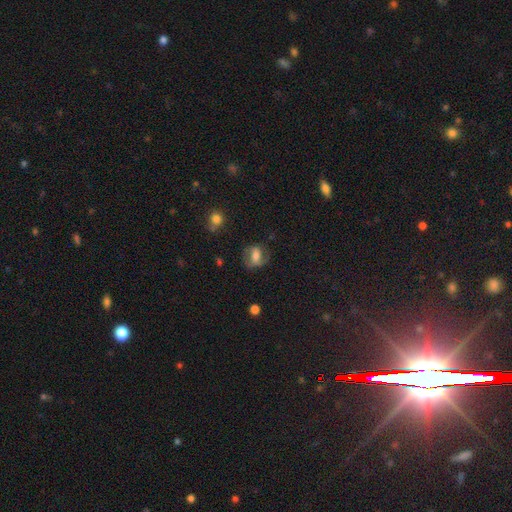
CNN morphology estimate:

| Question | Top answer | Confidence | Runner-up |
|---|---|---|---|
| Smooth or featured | featured or disk | 46% | smooth (45%) |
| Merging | none | 64% | minor disturbance (20%) |